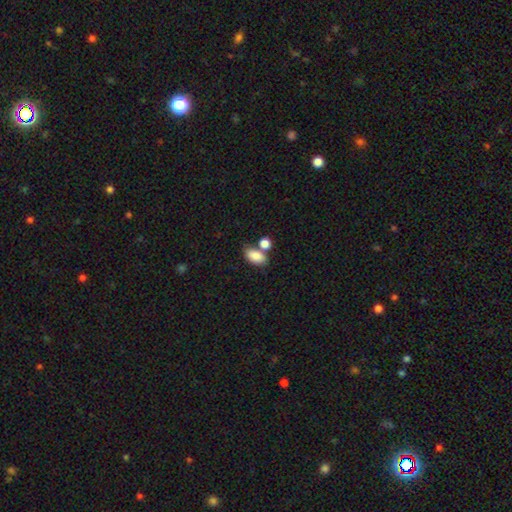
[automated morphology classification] This is clearly a smooth galaxy (85%). How rounded: clearly in between (90%). Merging: possibly none (52%).